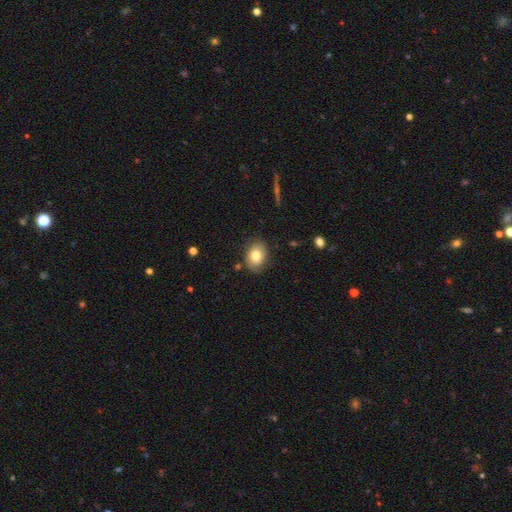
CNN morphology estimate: This is likely a smooth galaxy (71%). How rounded: likely in between (65%). Merging: likely none (76%).